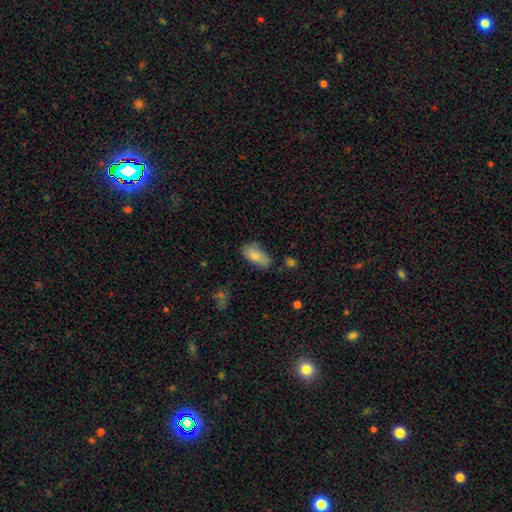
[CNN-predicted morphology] smooth_or_featured: smooth (p=0.82) [alt: featured or disk p=0.11]
how_rounded: in between (p=0.91) [alt: cigar-shaped p=0.06]
merging: none (p=0.67) [alt: minor disturbance p=0.23]